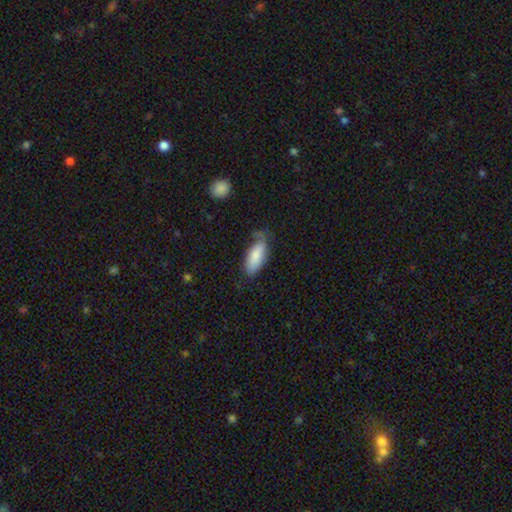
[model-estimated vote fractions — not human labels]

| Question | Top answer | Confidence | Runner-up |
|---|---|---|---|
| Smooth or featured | smooth | 82% | featured or disk (12%) |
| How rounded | in between | 83% | cigar-shaped (15%) |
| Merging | none | 50% | minor disturbance (34%) |